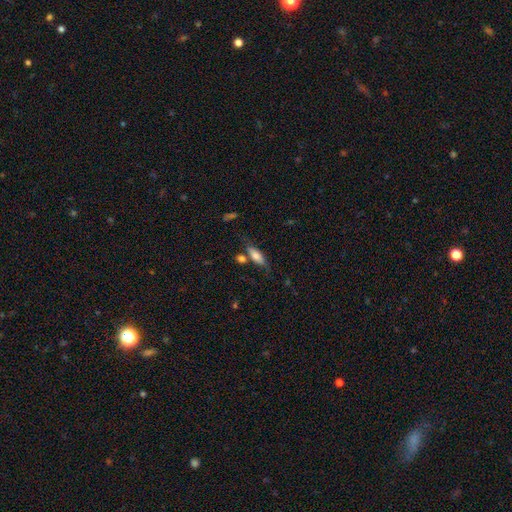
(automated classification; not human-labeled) Morphology: type=smooth (69%); roundness=in between (61%); merging=none (63%).